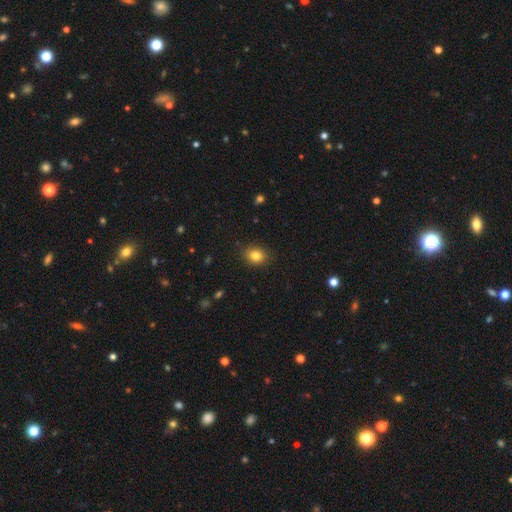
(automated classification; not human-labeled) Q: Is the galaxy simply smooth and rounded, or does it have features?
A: smooth — 82%.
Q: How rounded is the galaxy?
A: round — 53%.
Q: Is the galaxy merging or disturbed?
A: none — 88%.